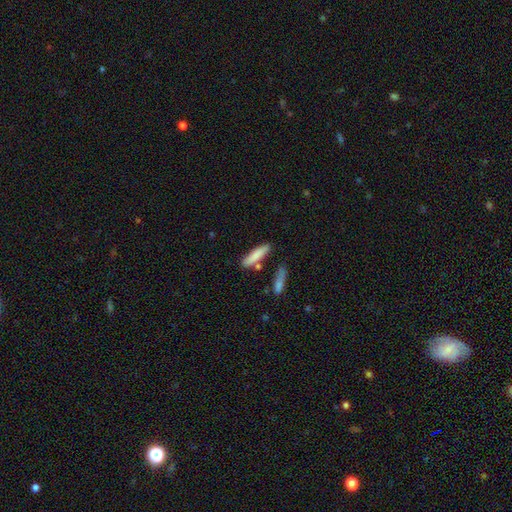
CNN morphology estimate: A smooth galaxy with no disk features (82%) that is cigar-shaped (77%).

Vote fractions:
- Smooth or featured? smooth: 82% / featured or disk: 12% / star or artifact: 6%
- How rounded? cigar-shaped: 77% / in between: 22% / round: 2%
- Merging? none: 75% / minor disturbance: 13% / merger: 9% / major disturbance: 3%